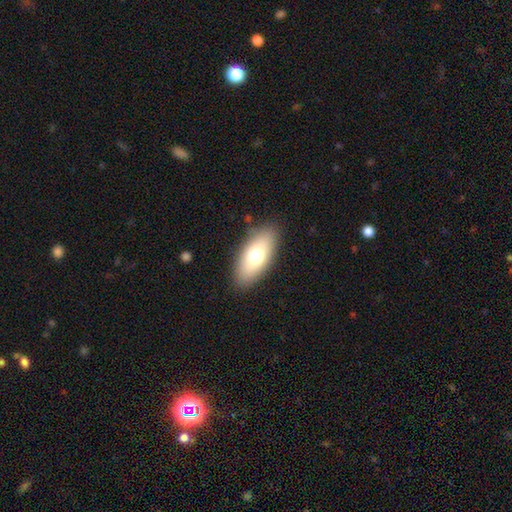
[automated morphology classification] This appears to be a smooth galaxy with no disk features (71%) that is in between round and cigar-shaped (86%). Merging: none (86%).